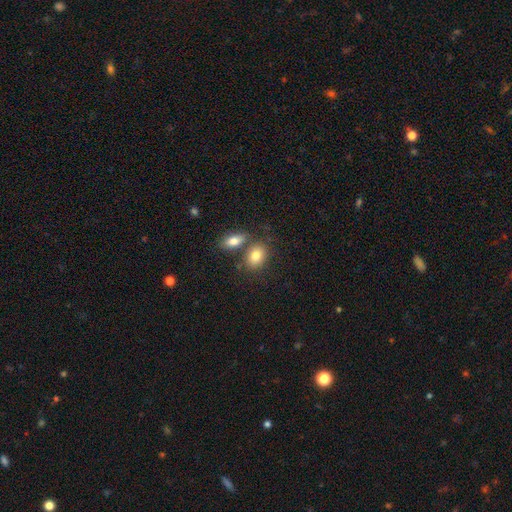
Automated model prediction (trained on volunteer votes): Smooth or featured: smooth — 81% (featured or disk — 11%)
How rounded: in between — 74% (round — 24%)
Merging: none — 56% (merger — 29%)